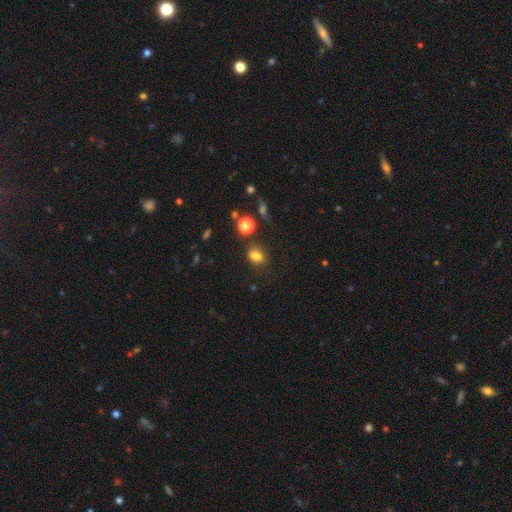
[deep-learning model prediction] smooth_or_featured: smooth (p=0.78) [alt: star or artifact p=0.14]
how_rounded: in between (p=0.70) [alt: round p=0.28]
merging: none (p=0.66) [alt: minor disturbance p=0.17]